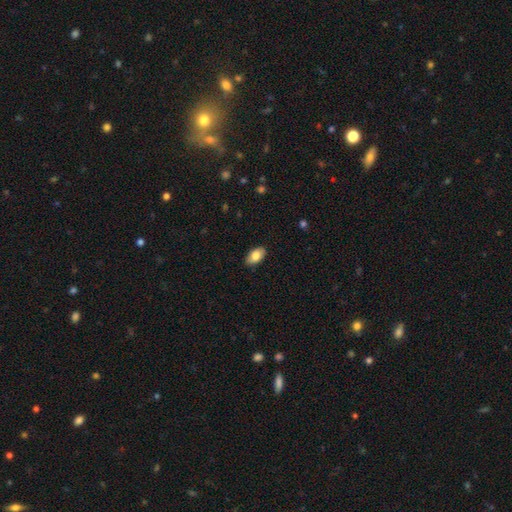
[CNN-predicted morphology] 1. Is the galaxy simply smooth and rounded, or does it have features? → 84% smooth, 9% featured or disk, 7% star or artifact.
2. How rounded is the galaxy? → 94% in between, 4% round, 2% cigar-shaped.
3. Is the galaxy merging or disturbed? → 88% none, 9% minor disturbance, 2% major disturbance, 1% merger.